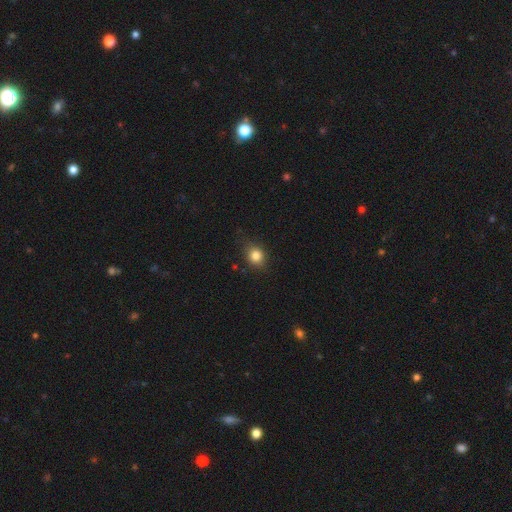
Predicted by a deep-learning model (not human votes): A smooth galaxy with no disk features (82%) that is round (66%).

Vote fractions:
- Smooth or featured? smooth: 82% / star or artifact: 11% / featured or disk: 7%
- How rounded? round: 66% / in between: 33% / cigar-shaped: 1%
- Merging? none: 79% / minor disturbance: 16% / major disturbance: 4% / merger: 1%